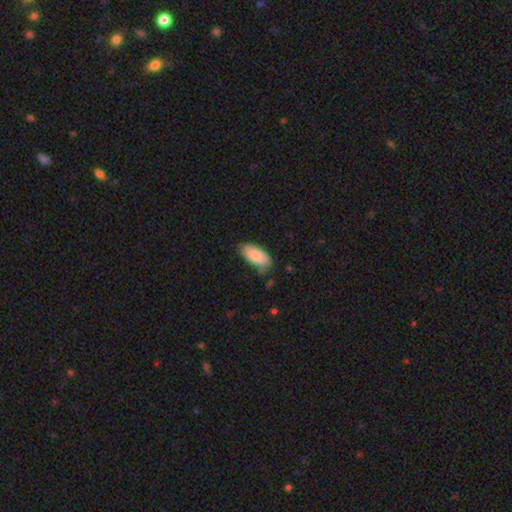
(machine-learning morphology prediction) Overall: smooth (84%). How rounded: in between (91%). Merging: none (69%).